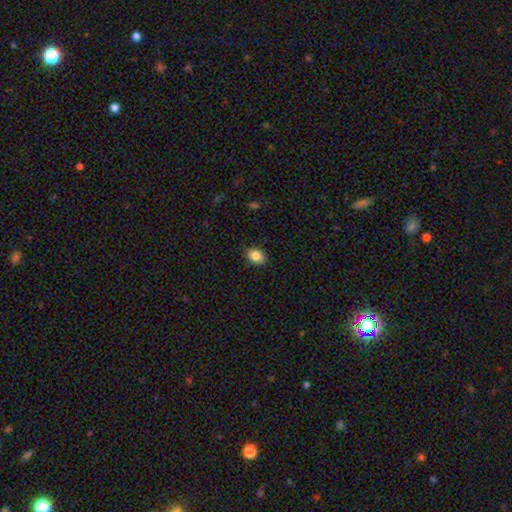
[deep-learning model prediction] smooth-or-featured: smooth: 86% | star or artifact: 9% | featured or disk: 6%
  how-rounded: in between: 76% | round: 23% | cigar-shaped: 1%
  merging: none: 86% | minor disturbance: 11% | major disturbance: 2% | merger: 1%